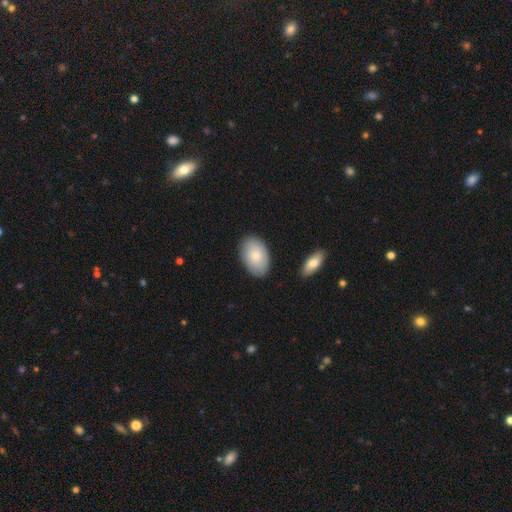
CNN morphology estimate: This appears to be a smooth galaxy with no disk features (82%) that is in between round and cigar-shaped (92%). Merging: none (85%).